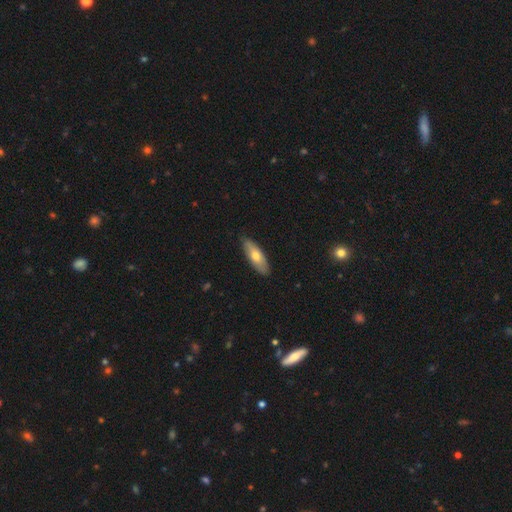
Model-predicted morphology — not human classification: Smooth or featured? Predicted: smooth (p=0.63). How rounded? Predicted: in between (p=0.65). Merging? Predicted: none (p=0.86).